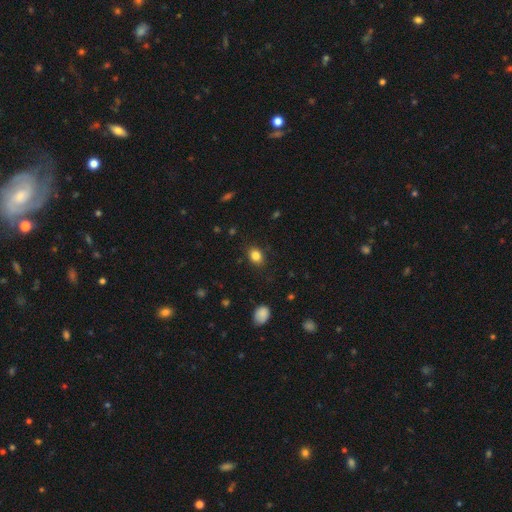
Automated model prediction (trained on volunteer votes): smooth 84%, star or artifact 10%, featured or disk 6%. Down the decision tree: how rounded — in between (65%); merging — none (85%).